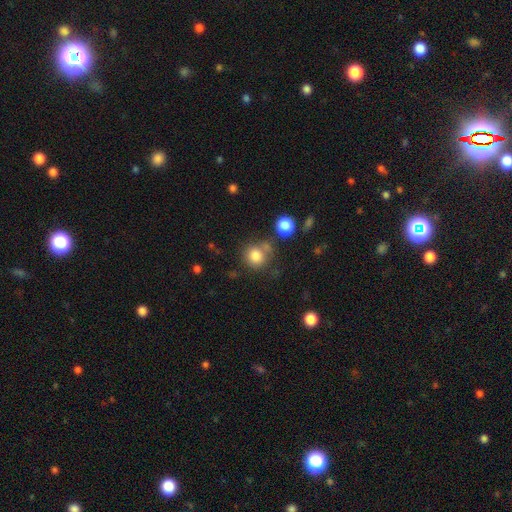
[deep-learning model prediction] smooth-or-featured: smooth: 82% | star or artifact: 11% | featured or disk: 7%
  how-rounded: round: 87% | in between: 12% | cigar-shaped: 1%
  merging: none: 65% | merger: 17% | minor disturbance: 13% | major disturbance: 5%